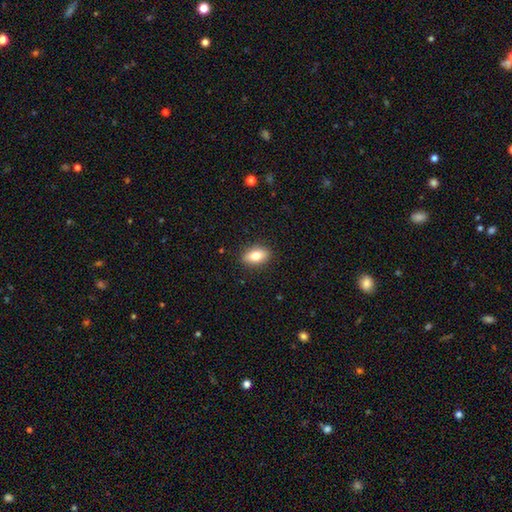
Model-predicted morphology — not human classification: Smooth or featured: smooth — 78% (featured or disk — 14%)
How rounded: in between — 85% (round — 10%)
Merging: none — 88% (minor disturbance — 9%)